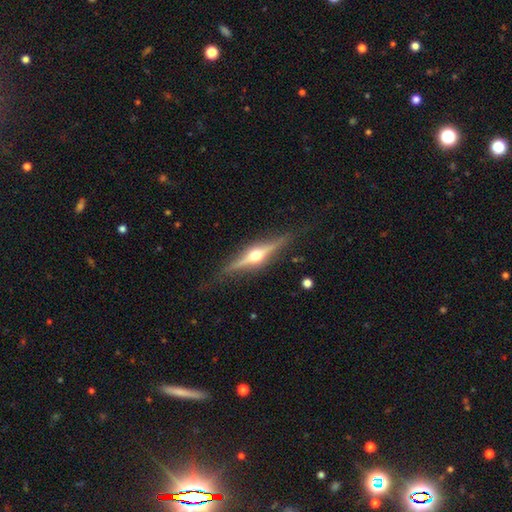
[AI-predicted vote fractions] smooth_or_featured: featured or disk (p=0.83) [alt: smooth p=0.11]
disk_edge_on: yes (p=0.98) [alt: no p=0.02]
edge_on_bulge: rounded (p=0.96) [alt: boxy p=0.02]
merging: none (p=0.87) [alt: minor disturbance p=0.09]